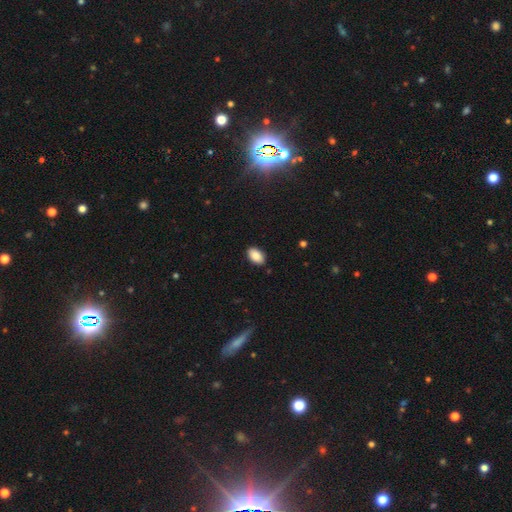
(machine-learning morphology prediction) Q: Smooth or featured?
A: smooth (89%); runner-up: star or artifact (7%)
Q: How rounded?
A: in between (92%); runner-up: round (7%)
Q: Merging?
A: none (89%); runner-up: minor disturbance (8%)